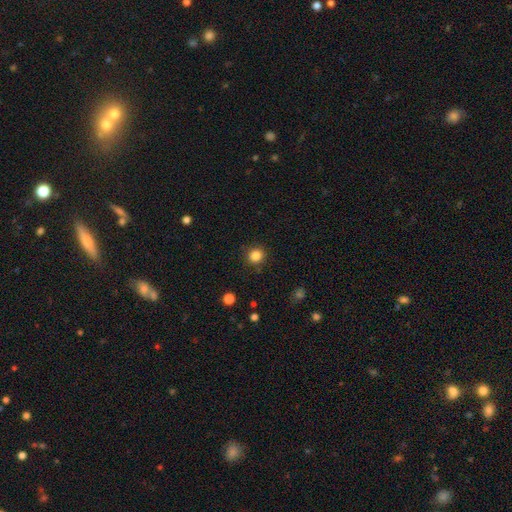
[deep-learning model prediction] This appears to be a smooth galaxy with no disk features (85%) that is round (91%). Merging: none (88%).